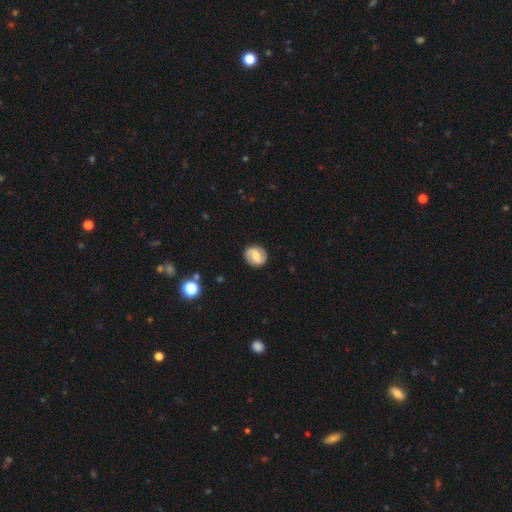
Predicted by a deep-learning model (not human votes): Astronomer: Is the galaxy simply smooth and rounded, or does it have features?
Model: featured or disk — 66%.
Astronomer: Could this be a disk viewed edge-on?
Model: no — 98%.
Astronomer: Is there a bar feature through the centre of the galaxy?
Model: weak — 49% (runner-up: no, 28%).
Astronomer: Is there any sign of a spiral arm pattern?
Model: yes — 90%.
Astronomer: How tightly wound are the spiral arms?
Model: medium — 44% (runner-up: loose, 30%).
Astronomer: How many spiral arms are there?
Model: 2 — 90%.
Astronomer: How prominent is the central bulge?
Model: moderate — 54% (runner-up: small, 32%).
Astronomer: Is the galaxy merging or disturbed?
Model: none — 87%.